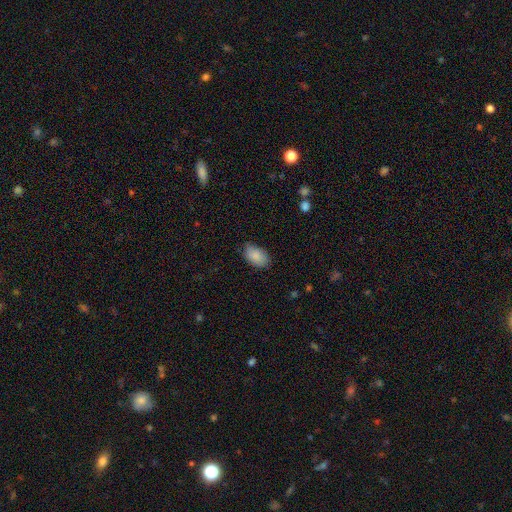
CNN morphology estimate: Smooth or featured: smooth — 87% (star or artifact — 7%)
How rounded: in between — 92% (round — 7%)
Merging: none — 76% (minor disturbance — 20%)